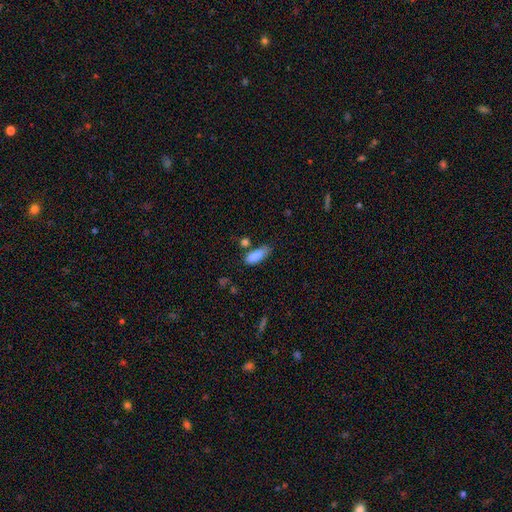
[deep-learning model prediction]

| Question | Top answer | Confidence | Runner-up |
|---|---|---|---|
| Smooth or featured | smooth | 83% | featured or disk (9%) |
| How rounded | in between | 72% | cigar-shaped (25%) |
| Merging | none | 51% | minor disturbance (27%) |